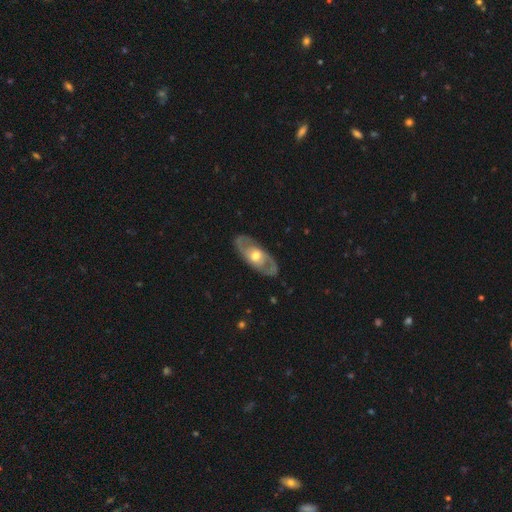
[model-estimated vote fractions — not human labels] Overall: featured or disk (72%). Edge-on disk: no (85%). Bar: no (74%). Spiral arms: yes (58%; no 42%). Bulge size: moderate (74%). Merging: none (85%).